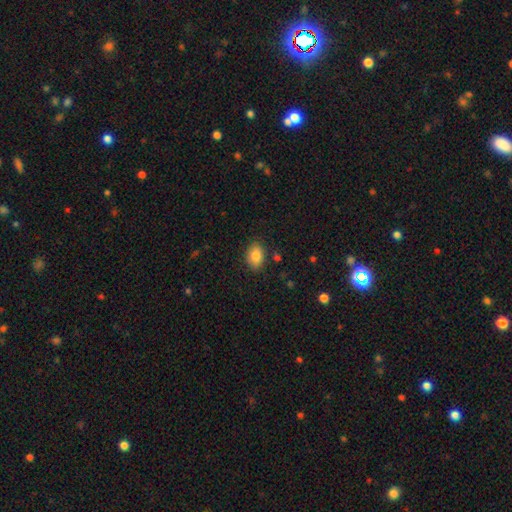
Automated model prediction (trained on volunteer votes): Smooth or featured?
  - smooth: 85% *
  - star or artifact: 8%
  - featured or disk: 7%
How rounded?
  - in between: 80% *
  - round: 19%
  - cigar-shaped: 1%
Merging?
  - none: 84% *
  - minor disturbance: 12%
  - major disturbance: 3%
  - merger: 2%